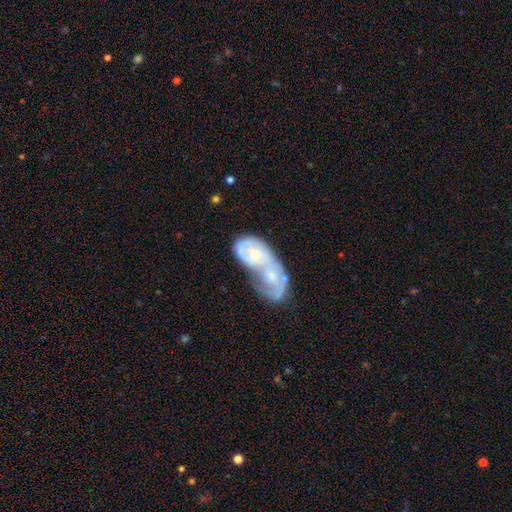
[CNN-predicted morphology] A featured or disk galaxy (62%) with no bar (77%), spiral arms (60%) and a small central bulge (45%).

Vote fractions:
- Smooth or featured? featured or disk: 62% / smooth: 32% / star or artifact: 6%
- Edge-on disk? no: 96% / yes: 4%
- Bar? no: 77% / weak: 19% / strong: 4%
- Spiral arms? yes: 60% / no: 40%
- Bulge size? small: 45% / moderate: 41% / none: 8% / large: 4% / dominant: 2%
- Merging? merger: 80% / major disturbance: 8% / none: 7% / minor disturbance: 5%